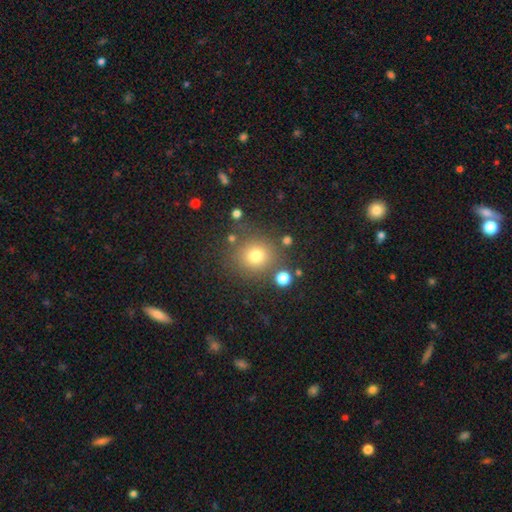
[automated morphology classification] smooth_or_featured: smooth (p=0.76) [alt: star or artifact p=0.15]
how_rounded: round (p=0.88) [alt: in between p=0.11]
merging: none (p=0.79) [alt: minor disturbance p=0.10]